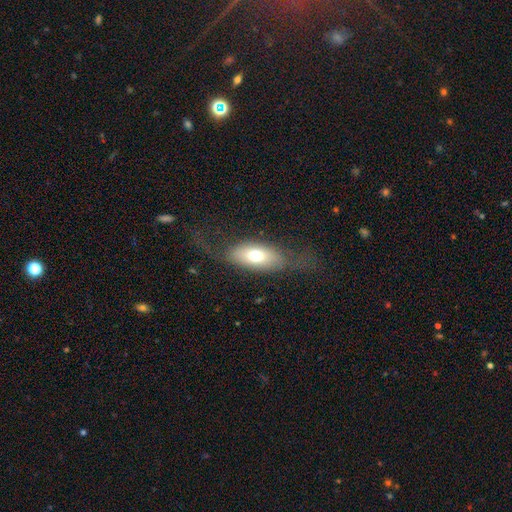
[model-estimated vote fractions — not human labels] smooth 66%, featured or disk 26%, star or artifact 8%. Down the decision tree: how rounded — in between (85%); merging — none (50%).